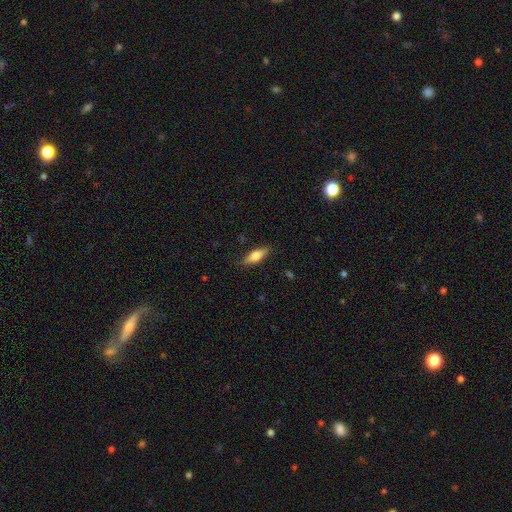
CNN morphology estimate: The model was most divided on "how rounded": in between: 51%, cigar-shaped: 46%, round: 3%. More confident: merging — none (84%); smooth or featured — smooth (60%).